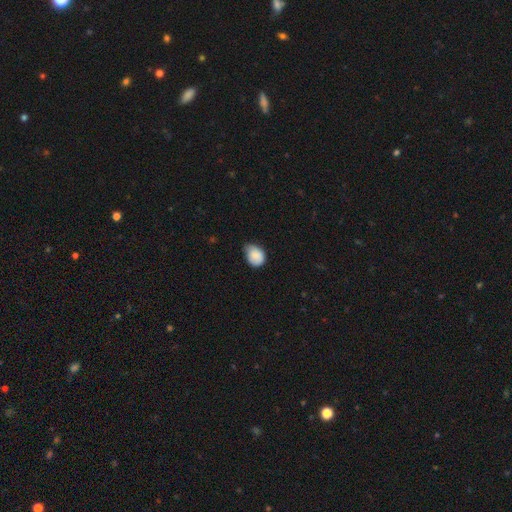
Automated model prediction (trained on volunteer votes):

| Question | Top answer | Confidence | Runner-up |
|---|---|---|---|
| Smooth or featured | smooth | 85% | featured or disk (8%) |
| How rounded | in between | 62% | round (37%) |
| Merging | minor disturbance | 48% | none (43%) |